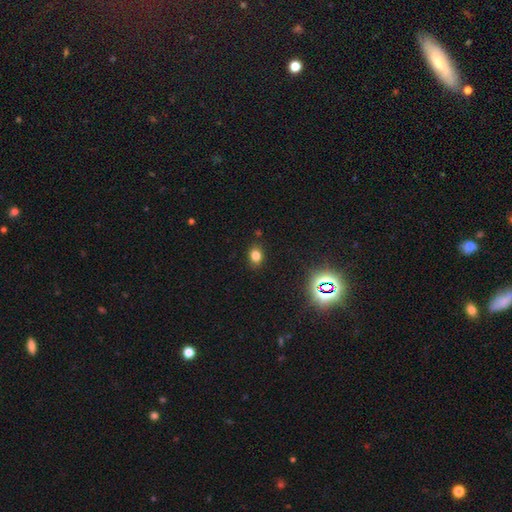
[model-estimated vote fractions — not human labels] Smooth or featured?
  - smooth: 77% *
  - star or artifact: 17%
  - featured or disk: 7%
How rounded?
  - in between: 60% *
  - round: 39%
  - cigar-shaped: 1%
Merging?
  - none: 85% *
  - minor disturbance: 11%
  - major disturbance: 3%
  - merger: 2%